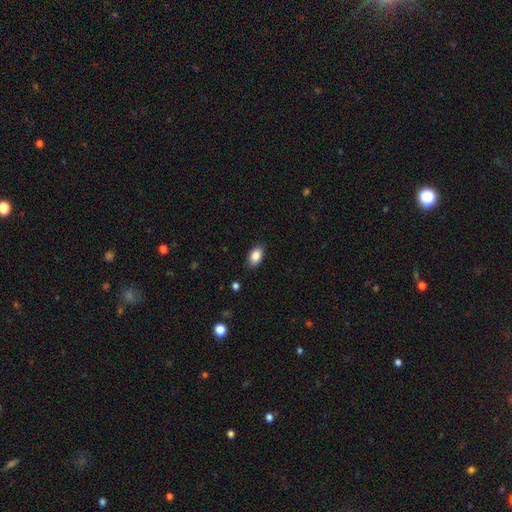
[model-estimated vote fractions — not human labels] Overall: smooth (87%). How rounded: in between (91%). Merging: none (88%).